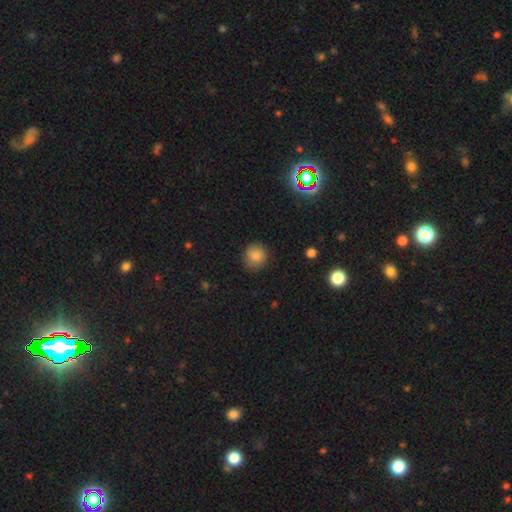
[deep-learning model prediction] Smooth or featured? smooth (84%)
How rounded? round (87%)
Merging? none (84%)